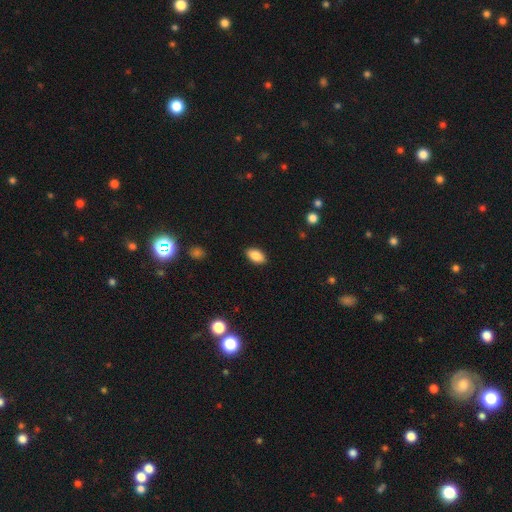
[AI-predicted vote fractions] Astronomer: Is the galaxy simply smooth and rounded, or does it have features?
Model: smooth — 86%.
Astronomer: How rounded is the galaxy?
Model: in between — 92%.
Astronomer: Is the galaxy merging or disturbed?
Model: none — 88%.